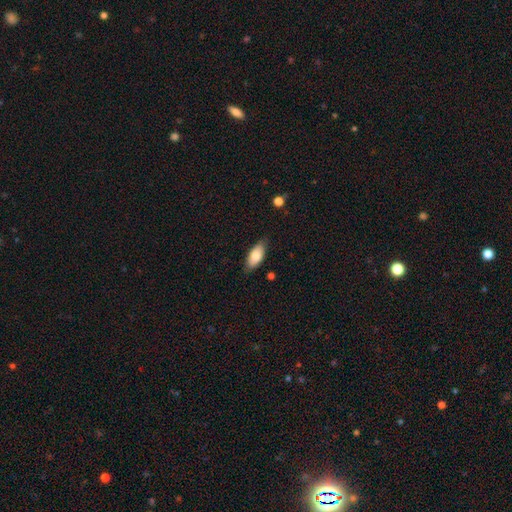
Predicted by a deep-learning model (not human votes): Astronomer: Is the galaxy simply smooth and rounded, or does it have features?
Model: smooth — 79%.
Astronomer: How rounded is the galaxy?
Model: in between — 88%.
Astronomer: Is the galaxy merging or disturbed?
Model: none — 80%.